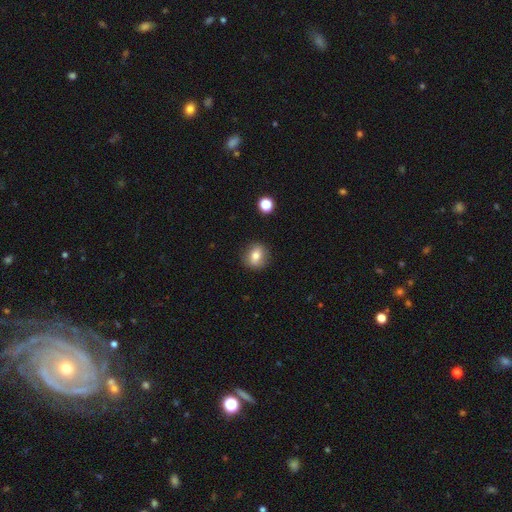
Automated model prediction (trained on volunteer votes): smooth 75%, featured or disk 15%, star or artifact 10%. Down the decision tree: how rounded — round (73%); merging — none (87%).